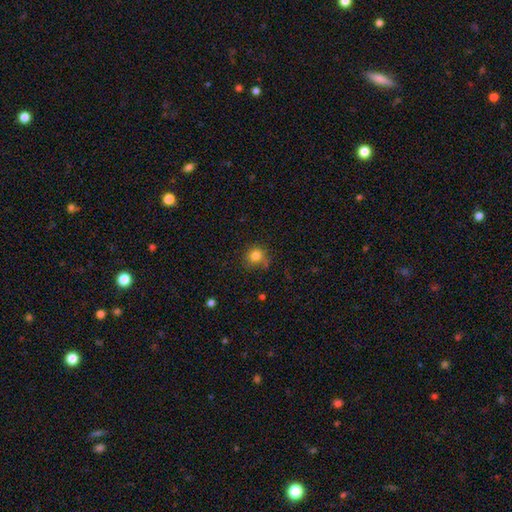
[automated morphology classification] smooth 82%, star or artifact 11%, featured or disk 7%. Down the decision tree: how rounded — round (85%); merging — none (67%).